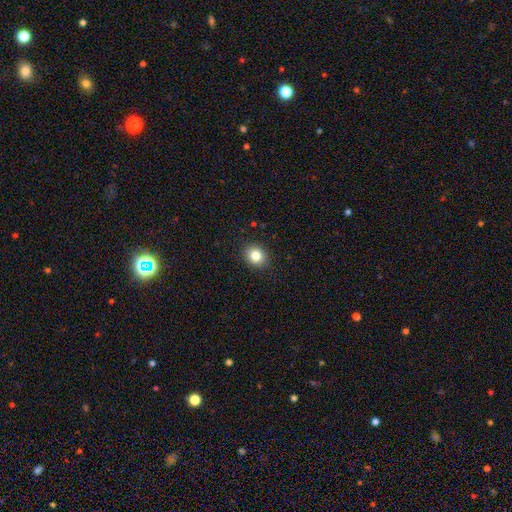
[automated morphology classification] Smooth or featured? Predicted: smooth (p=0.83). How rounded? Predicted: round (p=0.73). Merging? Predicted: none (p=0.91).